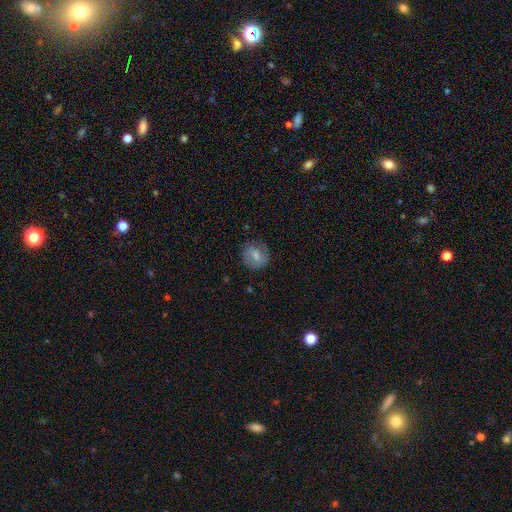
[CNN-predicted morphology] Smooth or featured? smooth (68%)
How rounded? round (73%)
Merging? none (77%)